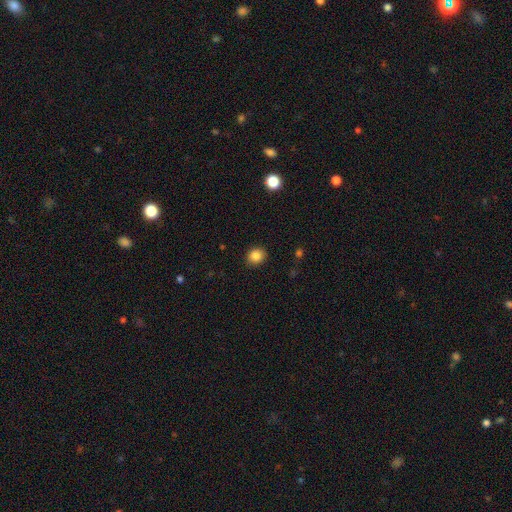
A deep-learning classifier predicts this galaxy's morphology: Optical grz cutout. It shows a smooth galaxy with no disk features (85%) that is round (70%). Merging: none (88%).